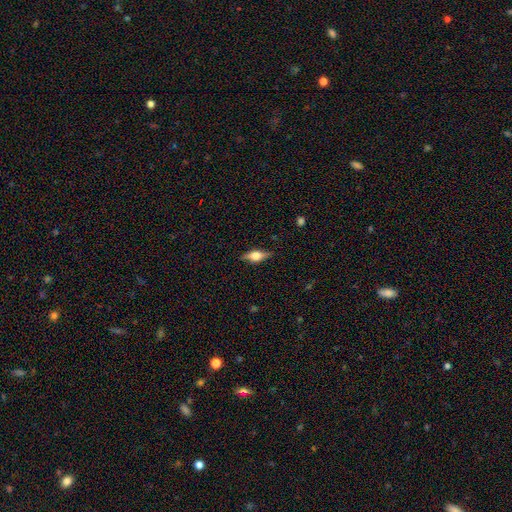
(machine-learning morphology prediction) smooth-or-featured: featured or disk: 50% | smooth: 42% | star or artifact: 8%
  merging: none: 84% | minor disturbance: 12% | major disturbance: 3% | merger: 1%